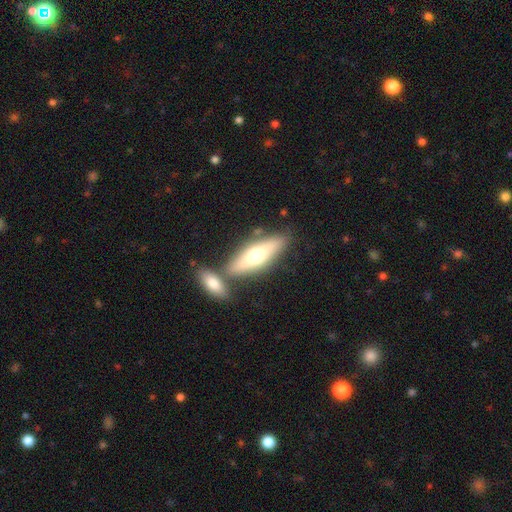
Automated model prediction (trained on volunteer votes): Smooth or featured? Predicted: smooth (p=0.55). How rounded? Predicted: cigar-shaped (p=0.49). Merging? Predicted: none (p=0.64).